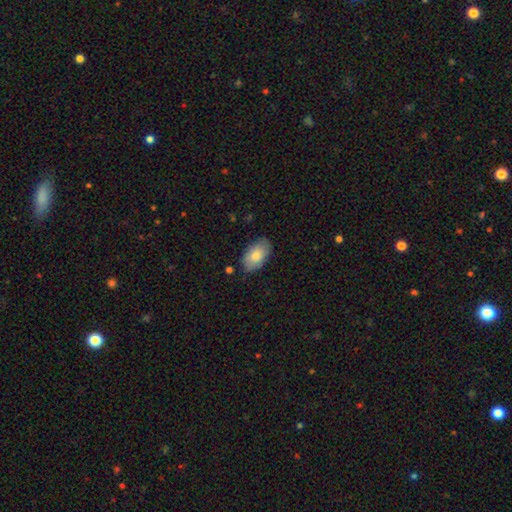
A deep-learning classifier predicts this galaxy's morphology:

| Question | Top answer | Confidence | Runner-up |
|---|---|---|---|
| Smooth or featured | smooth | 81% | featured or disk (13%) |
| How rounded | in between | 94% | round (5%) |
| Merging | none | 80% | minor disturbance (16%) |